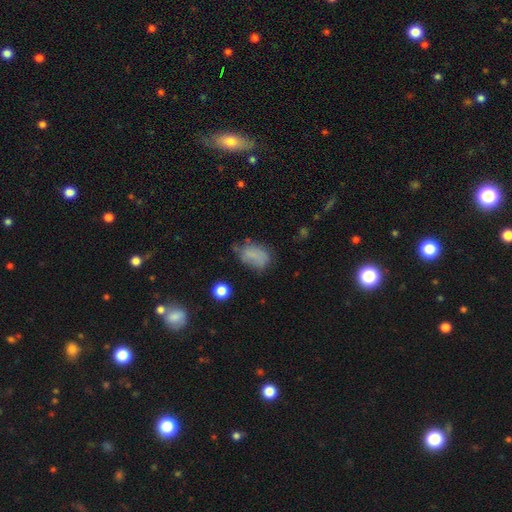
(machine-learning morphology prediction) smooth_or_featured: smooth (p=0.72) [alt: featured or disk p=0.15]
how_rounded: in between (p=0.82) [alt: round p=0.16]
merging: none (p=0.48) [alt: minor disturbance p=0.31]